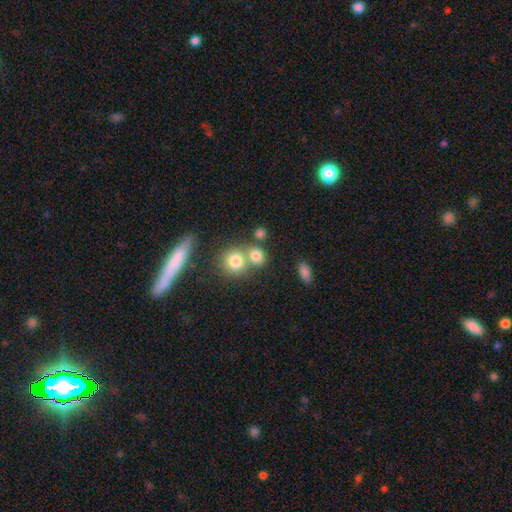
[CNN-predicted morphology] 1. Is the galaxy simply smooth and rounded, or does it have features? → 78% smooth, 13% star or artifact, 10% featured or disk.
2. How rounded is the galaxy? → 75% round, 24% in between, 2% cigar-shaped.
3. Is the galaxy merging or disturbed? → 48% none, 39% merger, 8% minor disturbance, 4% major disturbance.